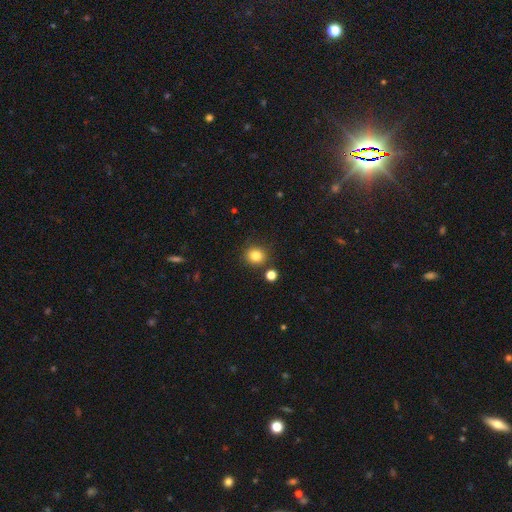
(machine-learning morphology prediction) smooth 82%, star or artifact 12%, featured or disk 6%. Down the decision tree: how rounded — round (84%); merging — none (83%).